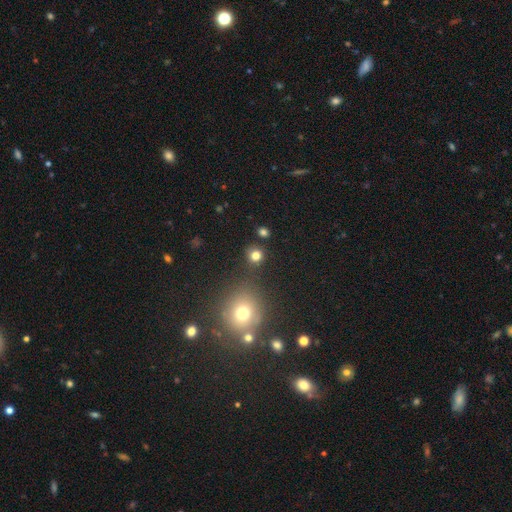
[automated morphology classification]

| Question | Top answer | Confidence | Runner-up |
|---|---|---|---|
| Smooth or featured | smooth | 78% | star or artifact (16%) |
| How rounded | round | 87% | in between (12%) |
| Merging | none | 82% | minor disturbance (8%) |